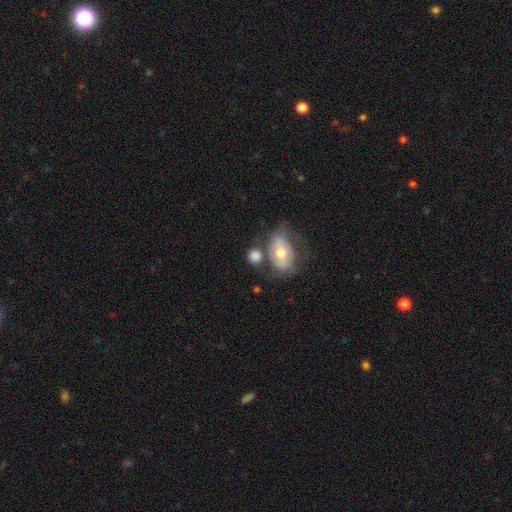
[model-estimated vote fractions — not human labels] Overall: smooth (68%). How rounded: round (58%; in between 40%). Merging: none (46%; merger 26%).